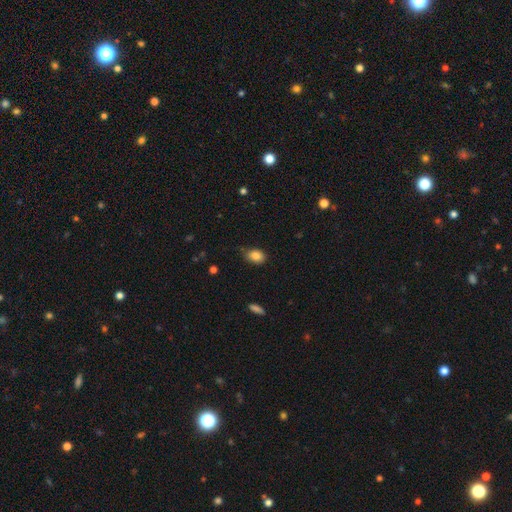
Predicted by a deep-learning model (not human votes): Smooth or featured: smooth — 85% (star or artifact — 9%)
How rounded: in between — 78% (round — 21%)
Merging: none — 65% (minor disturbance — 28%)